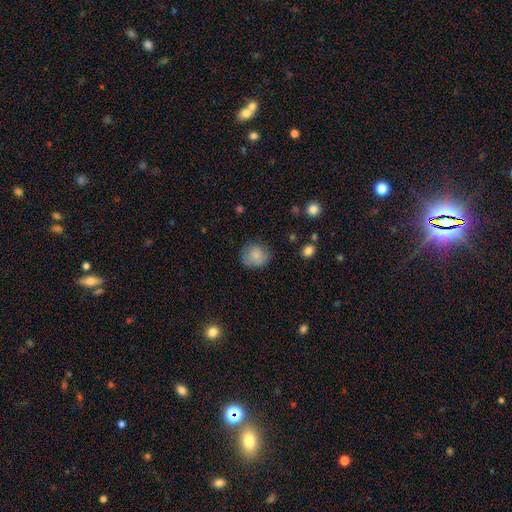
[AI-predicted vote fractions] Morphology: type=smooth (83%); roundness=round (79%); merging=none (74%).